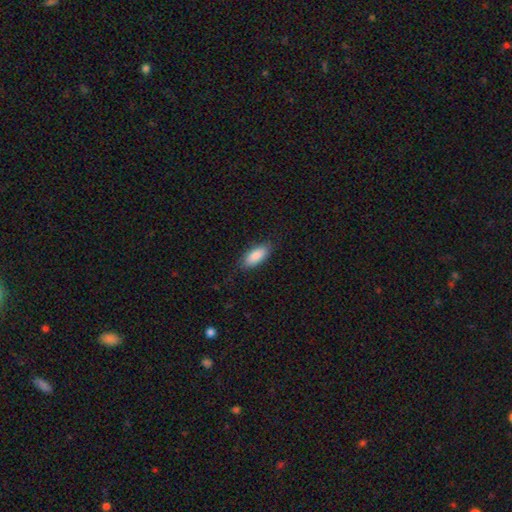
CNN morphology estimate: The model was most divided on "merging": none: 82%, minor disturbance: 14%, major disturbance: 3%, merger: 1%. More confident: smooth or featured — smooth (87%); how rounded — in between (83%).